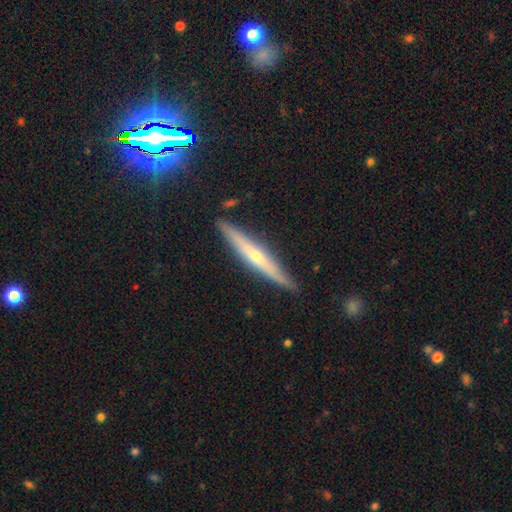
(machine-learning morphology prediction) smooth-or-featured: featured or disk: 67% | smooth: 26% | star or artifact: 8%
  disk-edge-on: yes: 95% | no: 5%
    edge-on-bulge: rounded: 75% | none: 21% | boxy: 4%
  merging: none: 88% | minor disturbance: 9% | major disturbance: 2% | merger: 2%